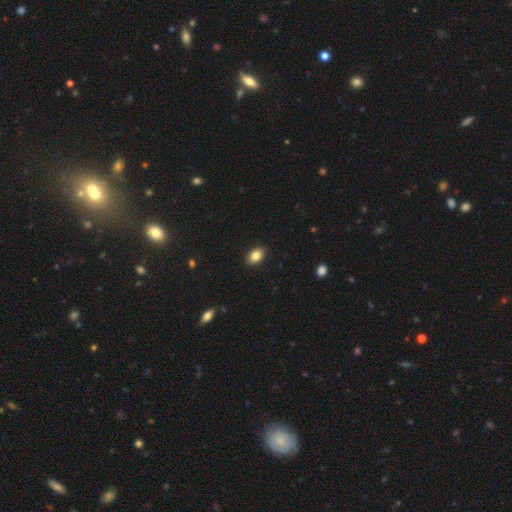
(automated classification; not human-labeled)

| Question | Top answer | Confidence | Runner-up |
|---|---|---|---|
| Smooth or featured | smooth | 85% | star or artifact (9%) |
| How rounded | in between | 84% | round (14%) |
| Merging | none | 89% | minor disturbance (8%) |